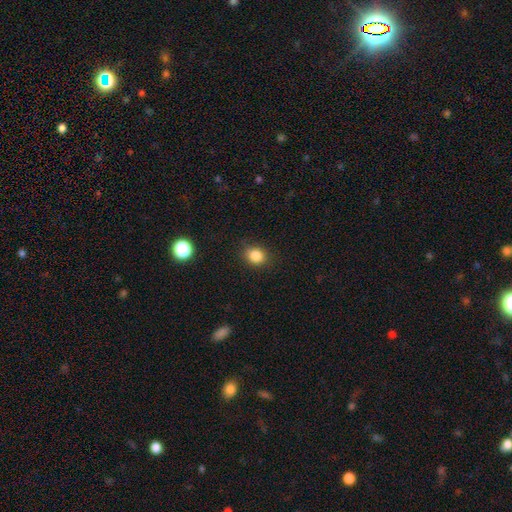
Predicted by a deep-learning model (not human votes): This appears to be a smooth galaxy with no disk features (84%) that is round (68%). Merging: none (85%).